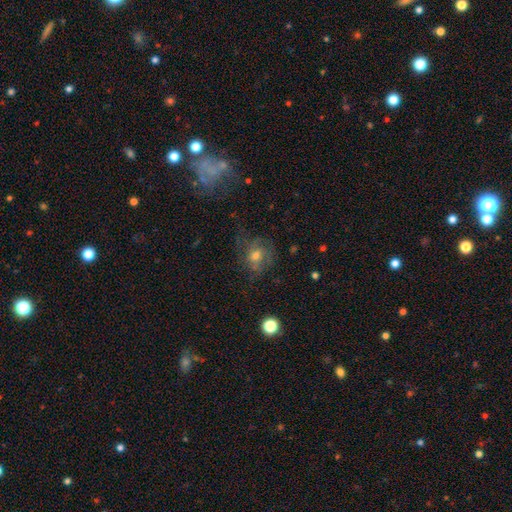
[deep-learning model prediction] A featured or disk galaxy (49%). Merging: none (56%).